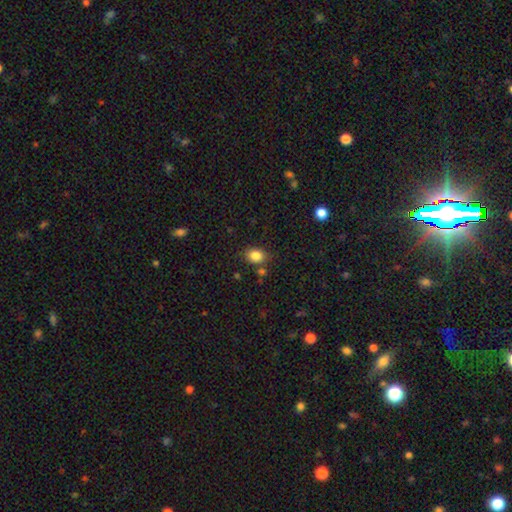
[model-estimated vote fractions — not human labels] The model was most divided on "how rounded": in between: 56%, round: 43%, cigar-shaped: 1%. More confident: smooth or featured — smooth (84%); merging — none (76%).